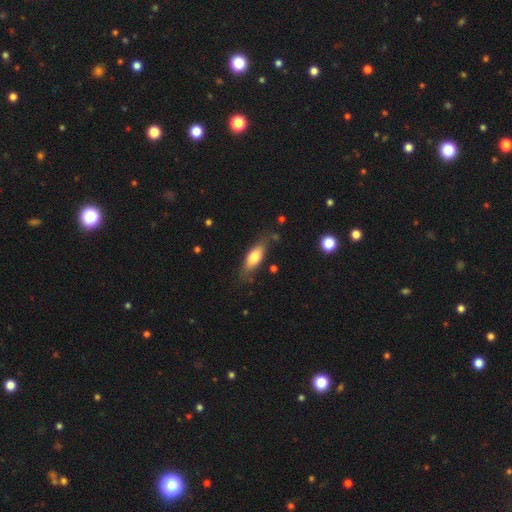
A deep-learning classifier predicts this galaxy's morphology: Smooth or featured? smooth (69%)
How rounded? in between (64%)
Merging? none (75%)